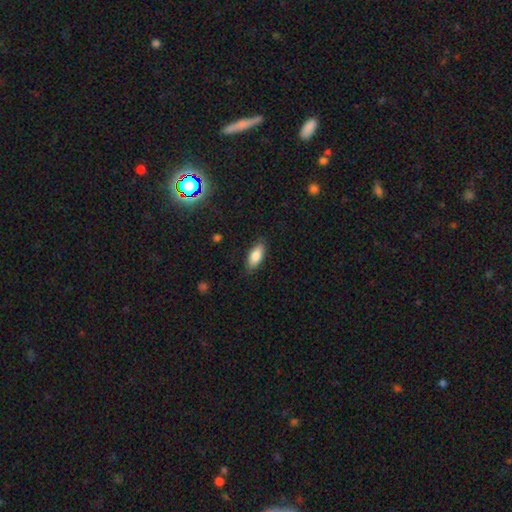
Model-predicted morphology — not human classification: A smooth galaxy with no disk features (83%) that is in between round and cigar-shaped (83%).

Vote fractions:
- Smooth or featured? smooth: 83% / featured or disk: 10% / star or artifact: 7%
- How rounded? in between: 83% / cigar-shaped: 15% / round: 2%
- Merging? none: 84% / minor disturbance: 12% / major disturbance: 3% / merger: 1%